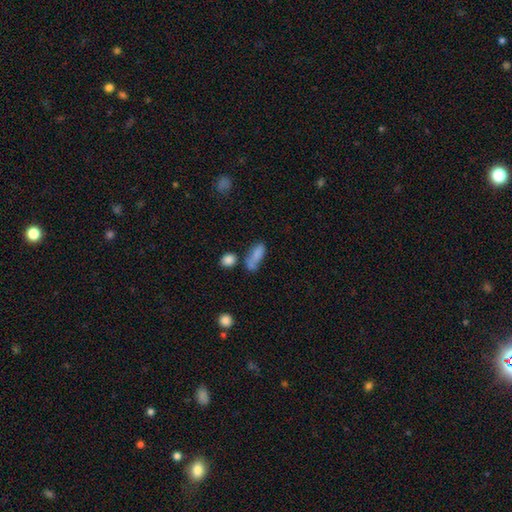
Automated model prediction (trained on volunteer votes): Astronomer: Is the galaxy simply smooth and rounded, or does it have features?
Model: smooth — 78%.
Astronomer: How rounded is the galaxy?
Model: in between — 72%.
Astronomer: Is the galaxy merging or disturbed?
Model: merger — 36% (runner-up: none, 35%).